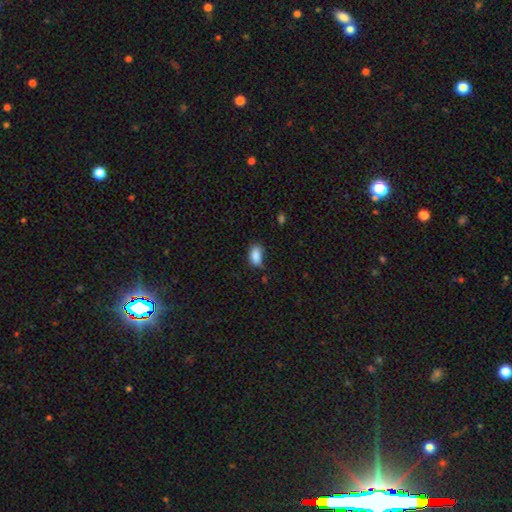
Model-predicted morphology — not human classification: Smooth or featured? smooth (86%)
How rounded? in between (90%)
Merging? none (56%)